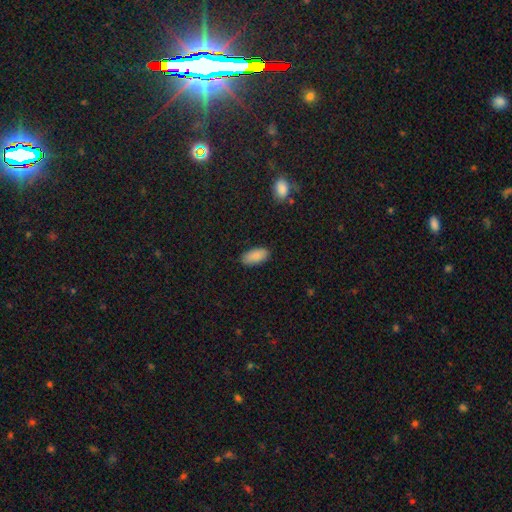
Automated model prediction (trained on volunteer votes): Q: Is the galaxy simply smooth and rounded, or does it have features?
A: smooth — 88%.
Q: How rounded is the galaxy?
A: in between — 91%.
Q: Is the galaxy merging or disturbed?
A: none — 86%.